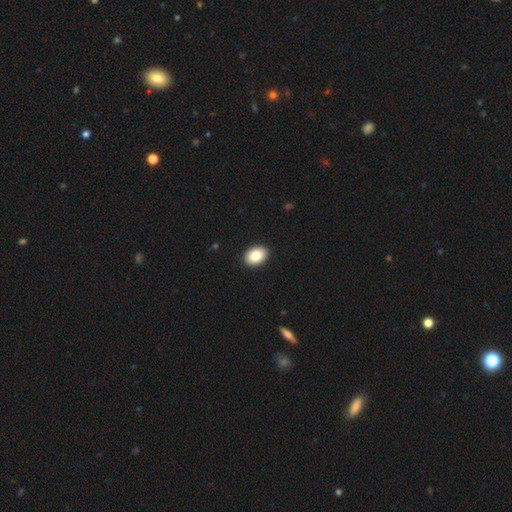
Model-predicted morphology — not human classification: Overall: smooth (86%). How rounded: in between (78%). Merging: none (92%).